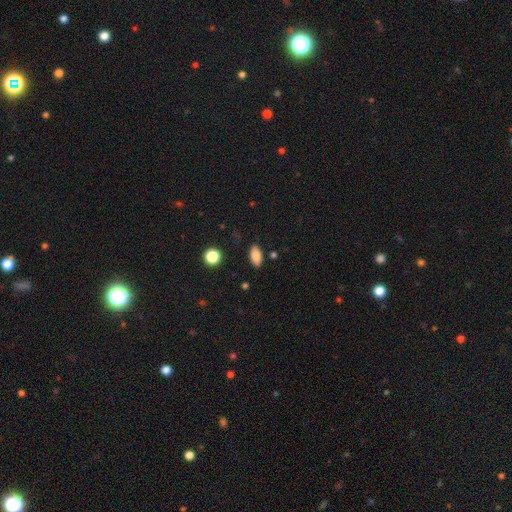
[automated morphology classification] Smooth or featured? Predicted: smooth (p=0.83). How rounded? Predicted: in between (p=0.89). Merging? Predicted: none (p=0.86).